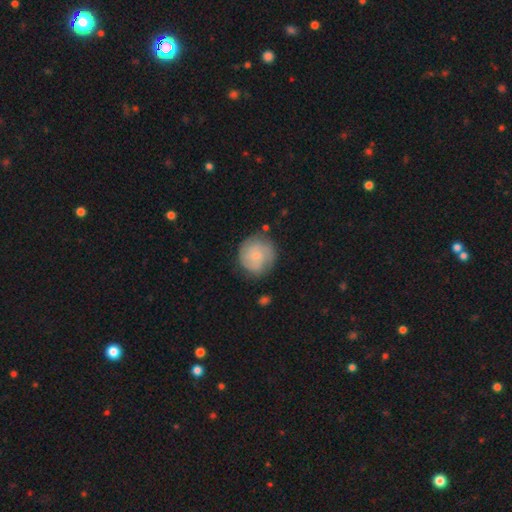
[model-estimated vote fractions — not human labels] Smooth or featured?
  - featured or disk: 53% *
  - smooth: 41%
  - star or artifact: 6%
Edge-on disk?
  - no: 98% *
  - yes: 2%
Bar?
  - no: 66% *
  - weak: 30%
  - strong: 4%
Spiral arms?
  - yes: 88% *
  - no: 12%
Bulge size?
  - small: 64% *
  - moderate: 22%
  - none: 11%
  - large: 2%
  - dominant: 1%
Merging?
  - none: 75% *
  - minor disturbance: 17%
  - major disturbance: 5%
  - merger: 3%